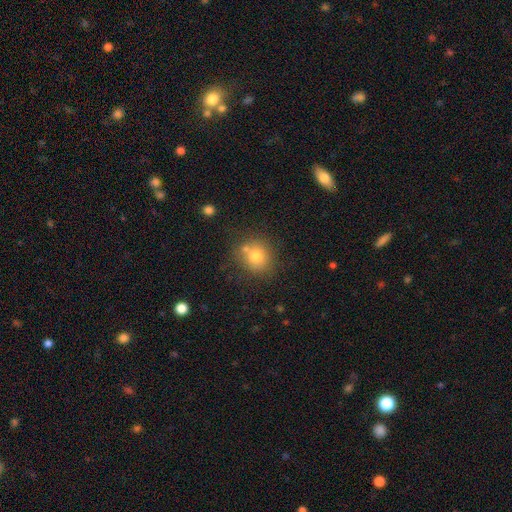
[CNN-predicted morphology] This appears to be a smooth galaxy with no disk features (74%) that is round (79%). Merging: none (64%).